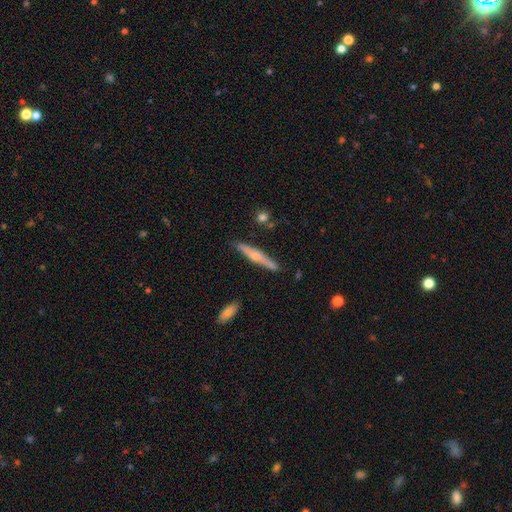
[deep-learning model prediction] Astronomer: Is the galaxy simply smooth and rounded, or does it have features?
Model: featured or disk — 62%.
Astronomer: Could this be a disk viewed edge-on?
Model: yes — 97%.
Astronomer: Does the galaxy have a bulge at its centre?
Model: rounded — 85%.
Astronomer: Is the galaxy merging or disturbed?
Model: none — 88%.